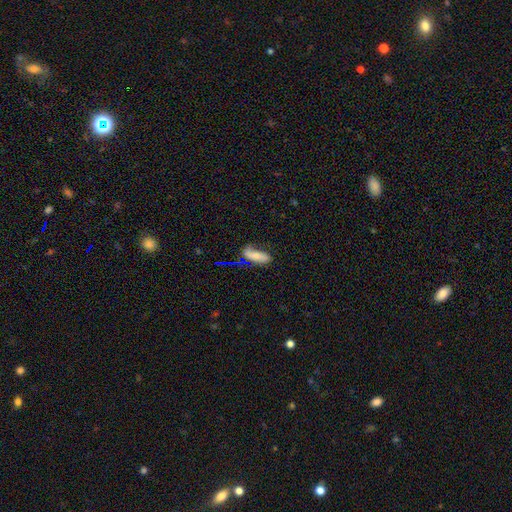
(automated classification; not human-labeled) Smooth or featured: smooth — 64% (featured or disk — 25%)
How rounded: in between — 68% (cigar-shaped — 29%)
Merging: none — 51% (minor disturbance — 28%)